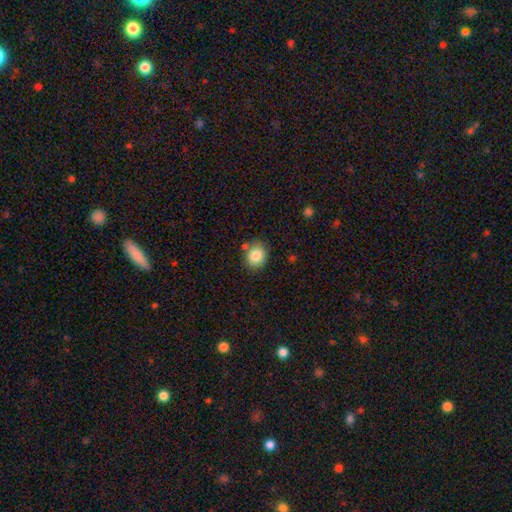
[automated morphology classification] A smooth galaxy with no disk features (84%) that is round (65%).

Vote fractions:
- Smooth or featured? smooth: 84% / star or artifact: 9% / featured or disk: 7%
- How rounded? round: 65% / in between: 34% / cigar-shaped: 1%
- Merging? none: 76% / minor disturbance: 13% / merger: 8% / major disturbance: 3%